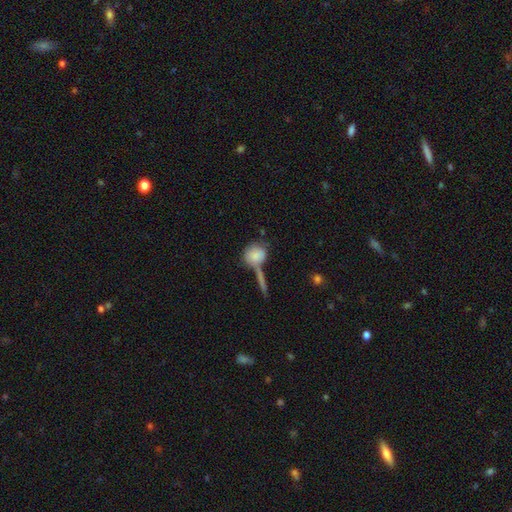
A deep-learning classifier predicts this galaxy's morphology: Q: Smooth or featured?
A: smooth (79%); runner-up: featured or disk (13%)
Q: How rounded?
A: round (73%); runner-up: in between (24%)
Q: Merging?
A: none (45%); runner-up: merger (30%)